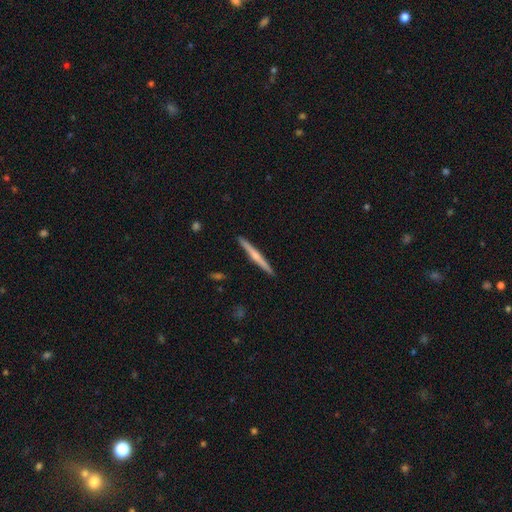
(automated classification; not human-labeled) smooth_or_featured: featured or disk (p=0.54) [alt: smooth p=0.40]
disk_edge_on: yes (p=0.98) [alt: no p=0.02]
edge_on_bulge: rounded (p=0.57) [alt: none p=0.37]
merging: none (p=0.92) [alt: minor disturbance p=0.05]